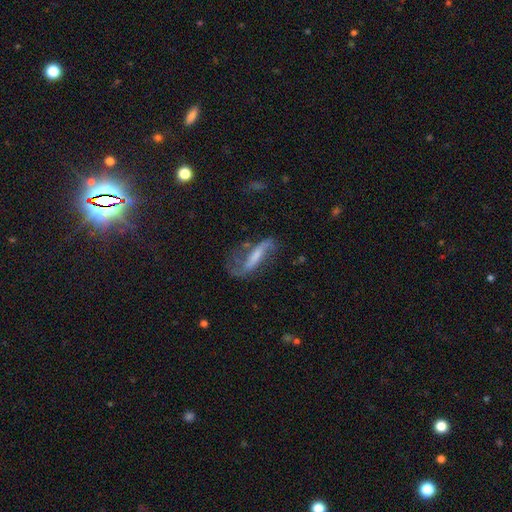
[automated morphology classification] This is likely a featured or disk galaxy (68%). It is likely not viewed edge-on (76%). Bar: possibly strong (45%). Spiral arm pattern: clearly yes (84%). Central bulge: marginally small (36%). Merging: possibly none (48%).